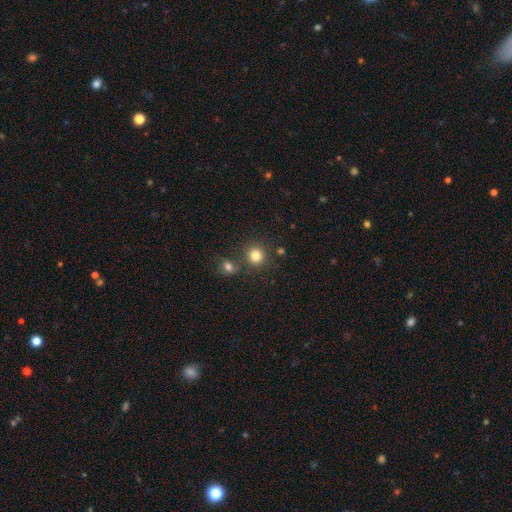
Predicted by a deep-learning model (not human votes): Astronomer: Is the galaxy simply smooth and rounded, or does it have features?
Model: smooth — 81%.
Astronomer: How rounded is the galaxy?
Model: round — 91%.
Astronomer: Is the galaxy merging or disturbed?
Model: none — 76%.